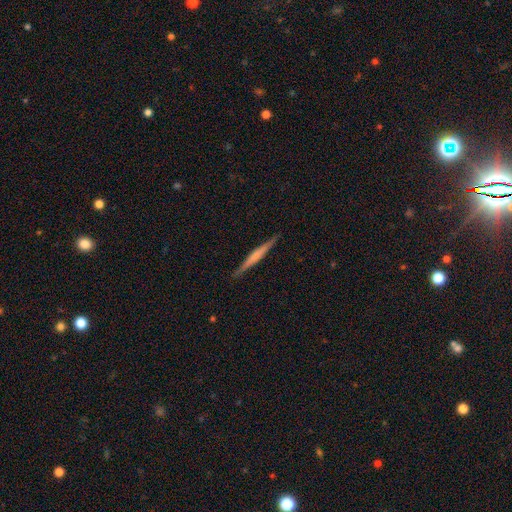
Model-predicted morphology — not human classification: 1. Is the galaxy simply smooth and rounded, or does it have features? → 59% featured or disk, 35% smooth, 6% star or artifact.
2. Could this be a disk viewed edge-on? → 98% yes, 2% no.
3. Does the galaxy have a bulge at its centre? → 47% none, 30% rounded, 23% boxy.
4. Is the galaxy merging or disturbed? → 90% none, 7% minor disturbance, 2% major disturbance, 1% merger.